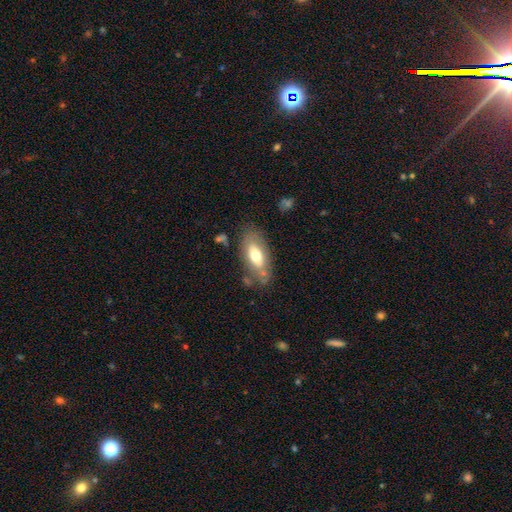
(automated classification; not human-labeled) smooth-or-featured: smooth: 62% | featured or disk: 31% | star or artifact: 7%
  how-rounded: in between: 86% | cigar-shaped: 10% | round: 4%
  merging: none: 70% | minor disturbance: 18% | major disturbance: 6% | merger: 5%